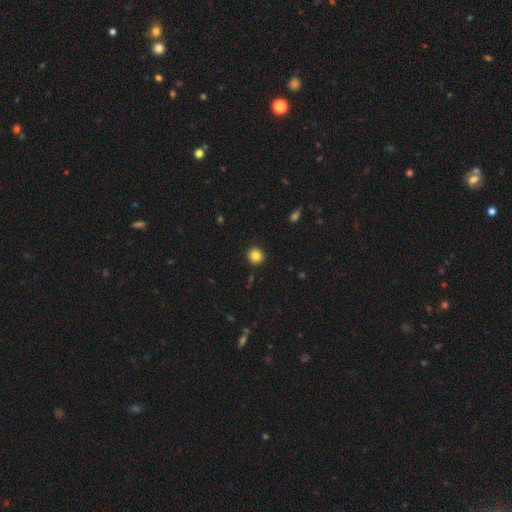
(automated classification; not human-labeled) The model was most divided on "smooth or featured": smooth: 85%, star or artifact: 10%, featured or disk: 5%. More confident: merging — none (92%); how rounded — round (90%).